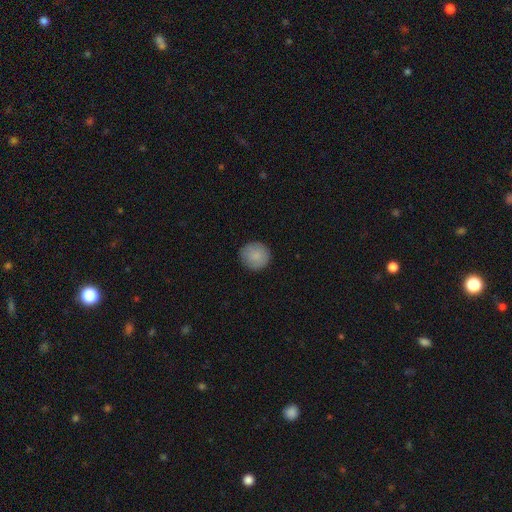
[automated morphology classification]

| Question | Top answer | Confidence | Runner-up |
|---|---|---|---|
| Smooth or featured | smooth | 87% | star or artifact (7%) |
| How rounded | round | 93% | in between (6%) |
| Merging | none | 89% | minor disturbance (8%) |